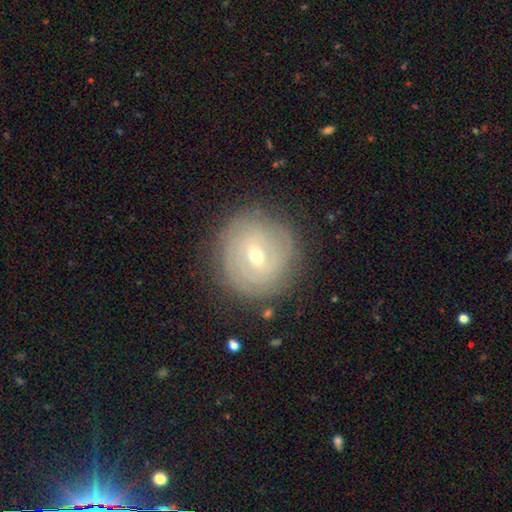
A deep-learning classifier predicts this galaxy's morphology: This appears to be a featured or disk galaxy (70%) with a weak bar (49%), tight (80%) spiral arms (80%) and a small central bulge (53%). Merging: none (84%).